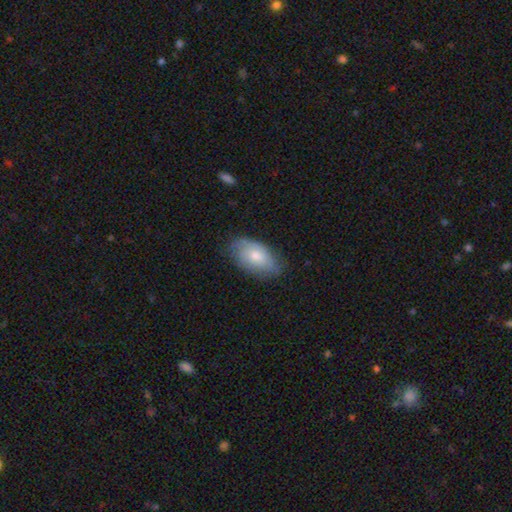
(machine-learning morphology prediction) This is possibly a smooth galaxy (58%). How rounded: clearly in between (92%). Merging: likely none (67%).